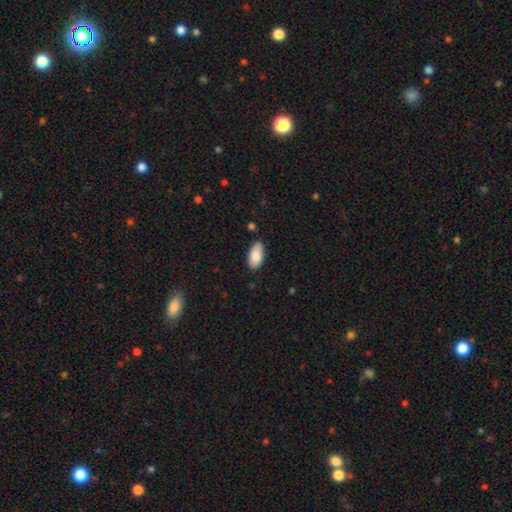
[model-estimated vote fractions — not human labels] Smooth or featured? Predicted: smooth (p=0.86). How rounded? Predicted: in between (p=0.93). Merging? Predicted: none (p=0.80).